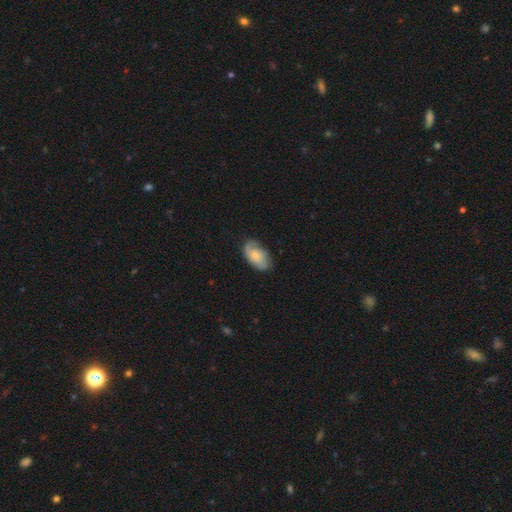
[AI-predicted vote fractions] A smooth galaxy with no disk features (51%) that is in between round and cigar-shaped (93%).

Vote fractions:
- Smooth or featured? smooth: 51% / featured or disk: 42% / star or artifact: 7%
- How rounded? in between: 93% / round: 5% / cigar-shaped: 3%
- Merging? none: 67% / minor disturbance: 24% / major disturbance: 7% / merger: 1%